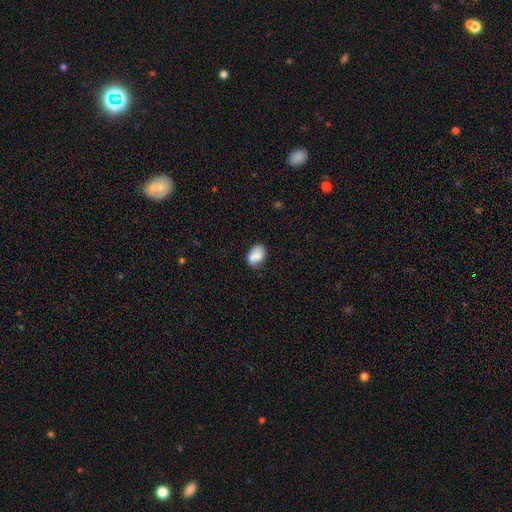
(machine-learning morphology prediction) Smooth or featured: smooth — 84% (featured or disk — 8%)
How rounded: in between — 82% (round — 17%)
Merging: none — 67% (minor disturbance — 24%)